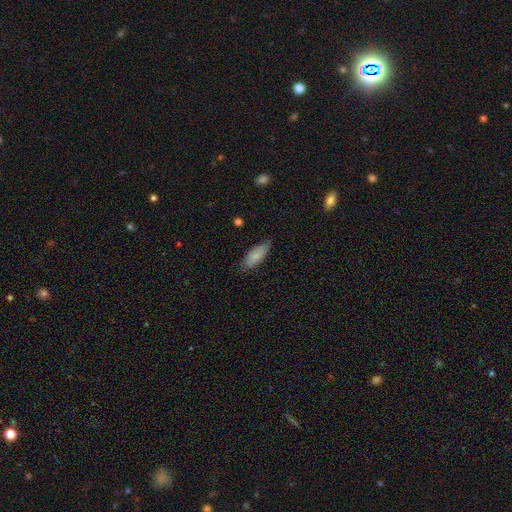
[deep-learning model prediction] Smooth or featured? smooth (83%)
How rounded? in between (76%)
Merging? none (74%)